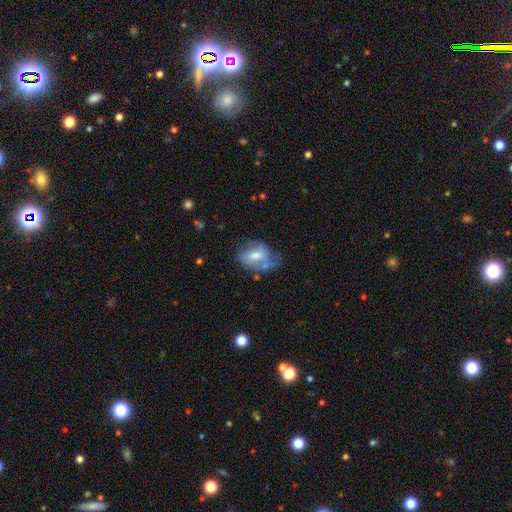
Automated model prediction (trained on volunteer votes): smooth_or_featured: featured or disk (p=0.52) [alt: smooth p=0.40]
disk_edge_on: no (p=0.95) [alt: yes p=0.05]
merging: none (p=0.41) [alt: minor disturbance p=0.31]